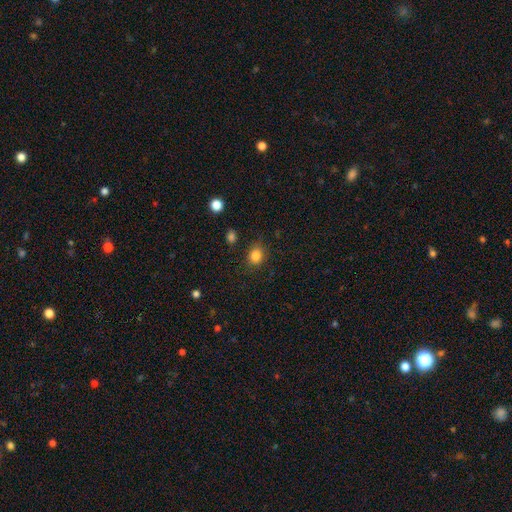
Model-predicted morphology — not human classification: A smooth galaxy with no disk features (84%) that is round (59%).

Vote fractions:
- Smooth or featured? smooth: 84% / star or artifact: 11% / featured or disk: 5%
- How rounded? round: 59% / in between: 40% / cigar-shaped: 1%
- Merging? none: 82% / minor disturbance: 13% / major disturbance: 4% / merger: 2%